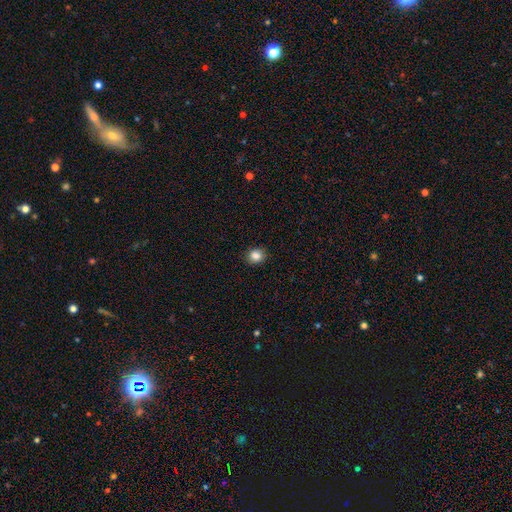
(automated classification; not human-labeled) smooth 86%, star or artifact 10%, featured or disk 4%. Down the decision tree: how rounded — round (71%); merging — none (89%).